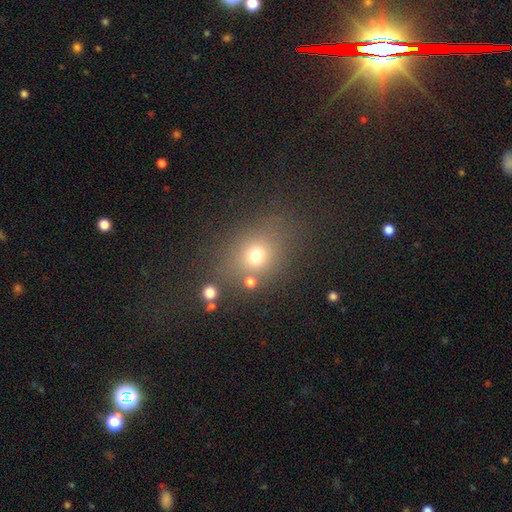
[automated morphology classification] type=smooth (69%); roundness=round (58%); merging=none (70%).